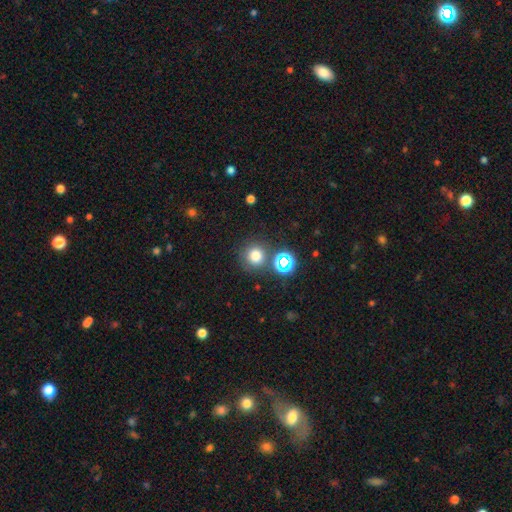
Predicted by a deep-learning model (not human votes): smooth 74%, star or artifact 19%, featured or disk 7%. Down the decision tree: how rounded — round (92%); merging — none (78%).